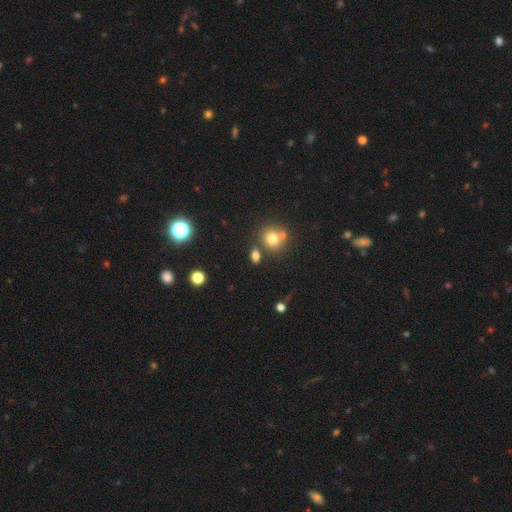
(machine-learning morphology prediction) A smooth galaxy with no disk features (74%) that is in between round and cigar-shaped (54%).

Vote fractions:
- Smooth or featured? smooth: 74% / star or artifact: 16% / featured or disk: 10%
- How rounded? in between: 54% / round: 43% / cigar-shaped: 3%
- Merging? none: 66% / merger: 18% / minor disturbance: 11% / major disturbance: 4%